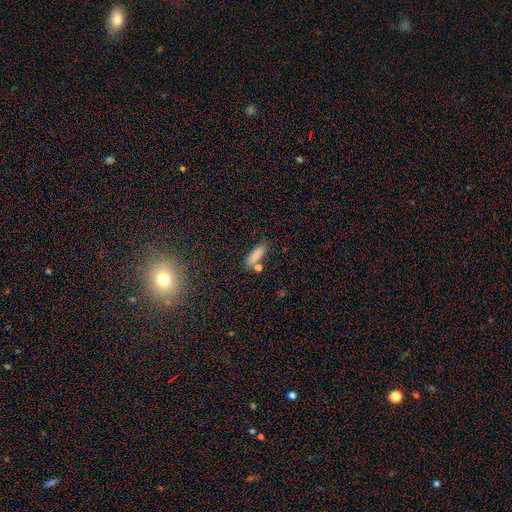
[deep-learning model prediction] Q: Smooth or featured?
A: smooth (83%); runner-up: star or artifact (10%)
Q: How rounded?
A: in between (58%); runner-up: cigar-shaped (39%)
Q: Merging?
A: none (72%); runner-up: minor disturbance (13%)